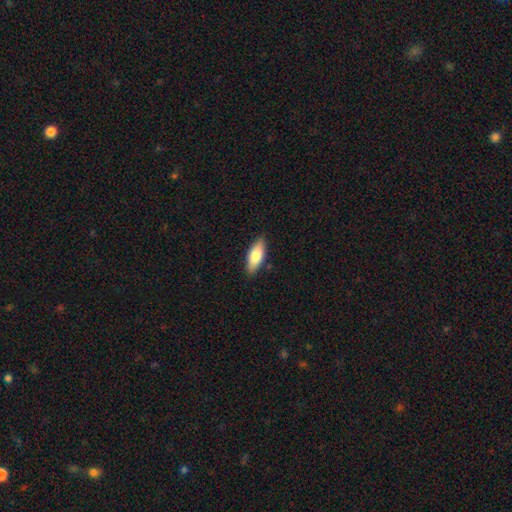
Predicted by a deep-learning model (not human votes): The model was most divided on "how rounded": in between: 74%, cigar-shaped: 24%, round: 2%. More confident: merging — none (86%); smooth or featured — smooth (77%).